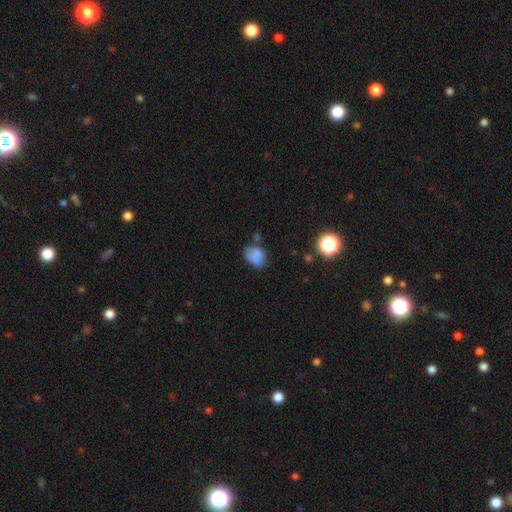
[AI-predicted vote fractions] smooth_or_featured: smooth (p=0.75) [alt: featured or disk p=0.13]
how_rounded: in between (p=0.70) [alt: round p=0.29]
merging: none (p=0.46) [alt: minor disturbance p=0.30]